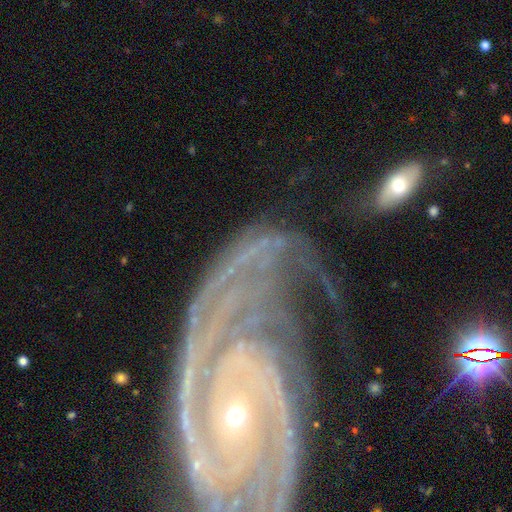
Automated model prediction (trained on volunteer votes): A featured or disk galaxy (77%) with no bar (55%), 2 (34%) tight (66%) spiral arms (91%) and a small central bulge (54%). Merging: none (61%).